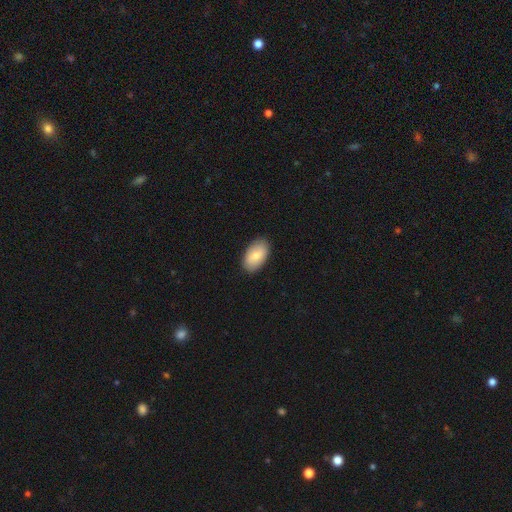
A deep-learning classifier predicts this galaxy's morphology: Smooth or featured: smooth — 78% (featured or disk — 16%)
How rounded: in between — 94% (round — 4%)
Merging: none — 88% (minor disturbance — 10%)